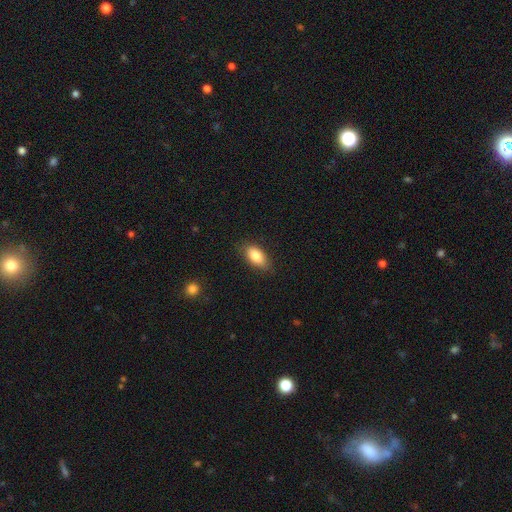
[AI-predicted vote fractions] Morphology: type=smooth (84%); roundness=in between (90%); merging=none (83%).